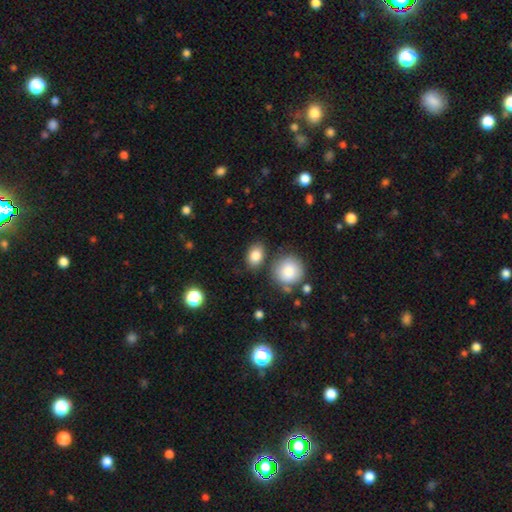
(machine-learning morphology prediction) Smooth or featured: smooth — 84% (star or artifact — 9%)
How rounded: in between — 71% (round — 27%)
Merging: none — 77% (minor disturbance — 12%)